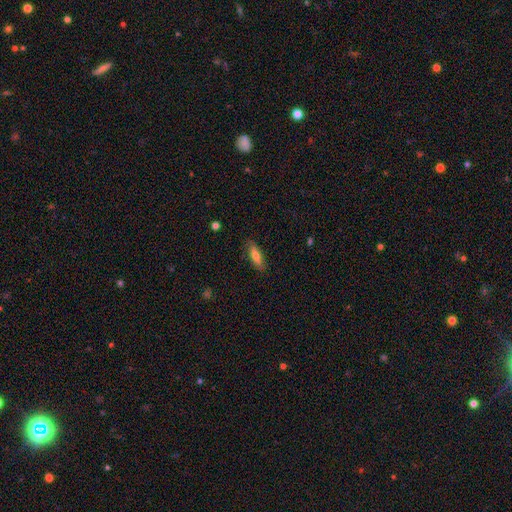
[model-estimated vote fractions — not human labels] Morphology: type=smooth (69%); roundness=in between (51%); merging=none (84%).